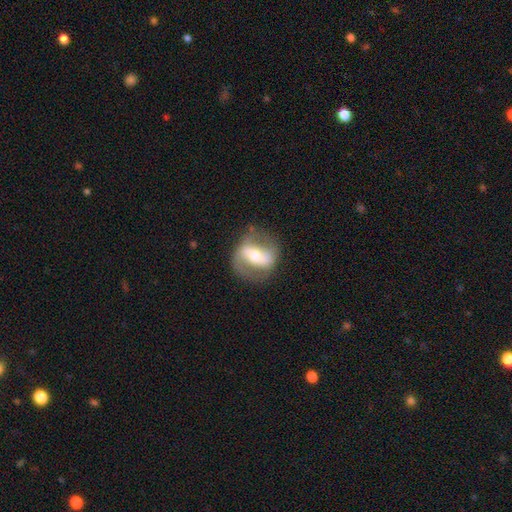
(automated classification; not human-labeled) The model was most divided on "bar": strong: 55%, weak: 26%, no: 19%. More confident: edge-on disk — no (93%); smooth or featured — featured or disk (72%); merging — none (71%); spiral arms — yes (71%); bulge size — moderate (59%).